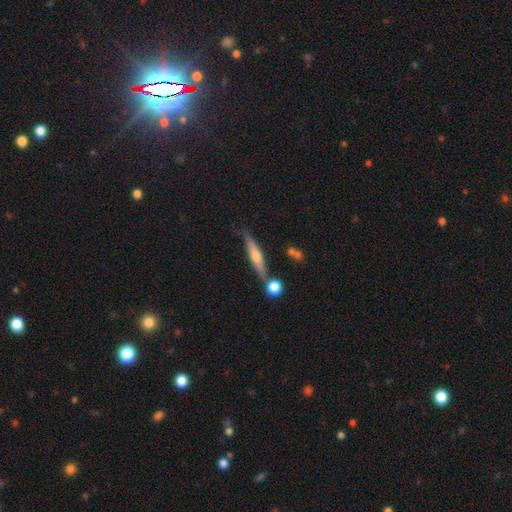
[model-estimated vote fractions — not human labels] The model was most divided on "smooth or featured": featured or disk: 54%, smooth: 39%, star or artifact: 7%. More confident: edge-on disk — yes (92%); merging — none (70%).